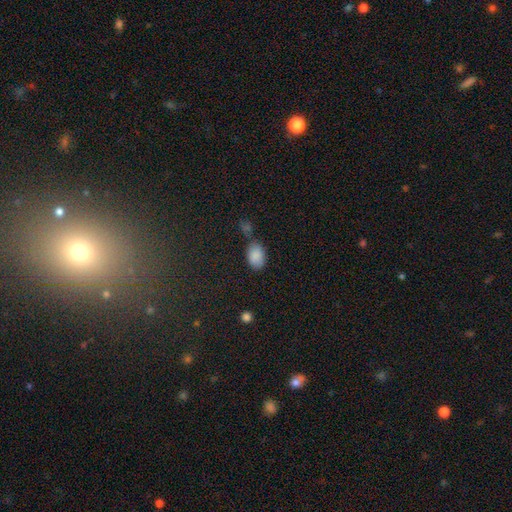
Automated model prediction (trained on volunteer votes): Smooth or featured?
  - smooth: 86% *
  - star or artifact: 9%
  - featured or disk: 5%
How rounded?
  - in between: 87% *
  - round: 12%
  - cigar-shaped: 1%
Merging?
  - none: 53% *
  - minor disturbance: 22%
  - merger: 18%
  - major disturbance: 7%